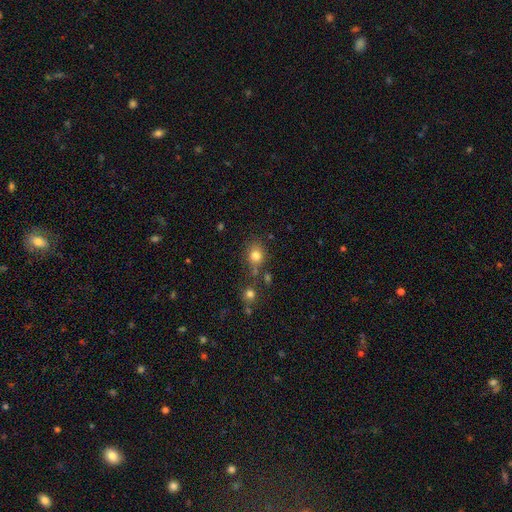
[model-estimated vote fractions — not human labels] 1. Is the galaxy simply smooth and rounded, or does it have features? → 79% smooth, 13% star or artifact, 8% featured or disk.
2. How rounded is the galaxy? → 68% round, 31% in between, 1% cigar-shaped.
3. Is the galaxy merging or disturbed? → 69% none, 15% minor disturbance, 12% merger, 5% major disturbance.